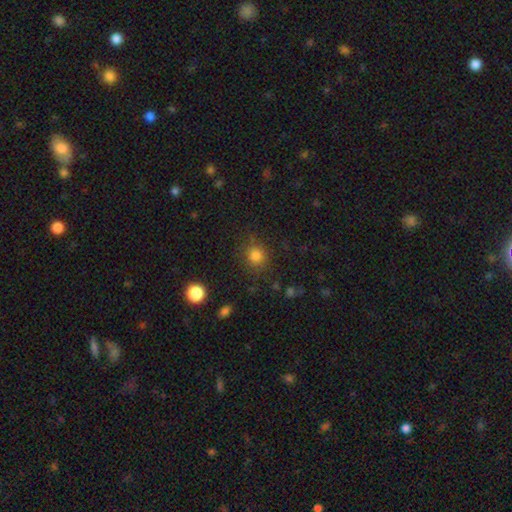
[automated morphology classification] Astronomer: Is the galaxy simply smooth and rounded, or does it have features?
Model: smooth — 81%.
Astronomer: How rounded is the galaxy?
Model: round — 87%.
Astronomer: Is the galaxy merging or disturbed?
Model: none — 82%.